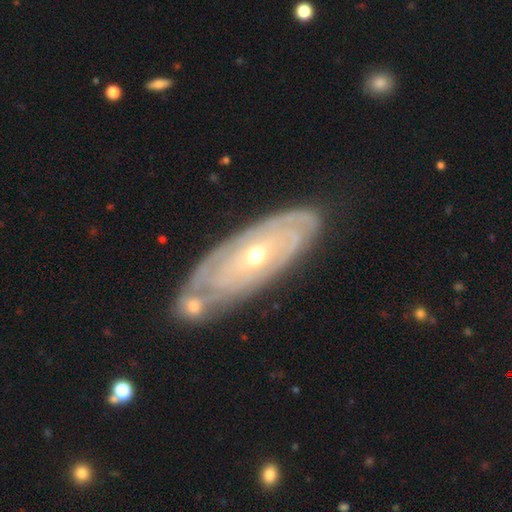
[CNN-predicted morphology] featured or disk 82%, smooth 13%, star or artifact 5%. Down the decision tree: edge-on disk — no (85%); bar — no (79%); spiral arms — yes (76%); spiral arm count — can't tell (65%); spiral winding — tight (83%); bulge size — moderate (49%); merging — none (75%).